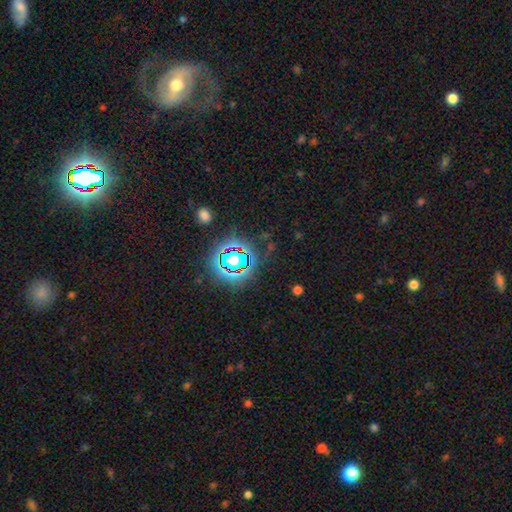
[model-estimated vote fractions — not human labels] smooth-or-featured: star or artifact: 78% | smooth: 13% | featured or disk: 9%